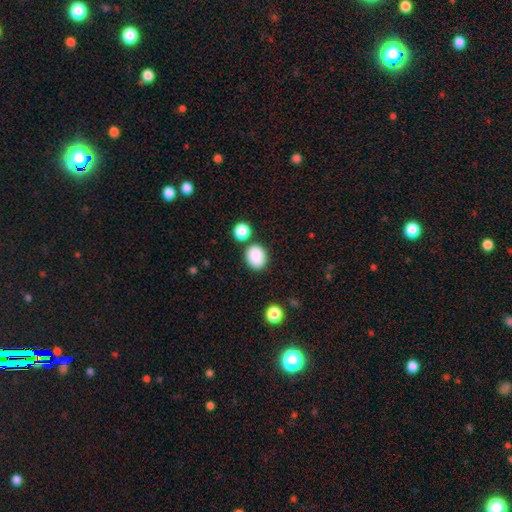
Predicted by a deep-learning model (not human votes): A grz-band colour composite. It shows a smooth galaxy with no disk features (87%) that is round (55%). Merging: none (77%).